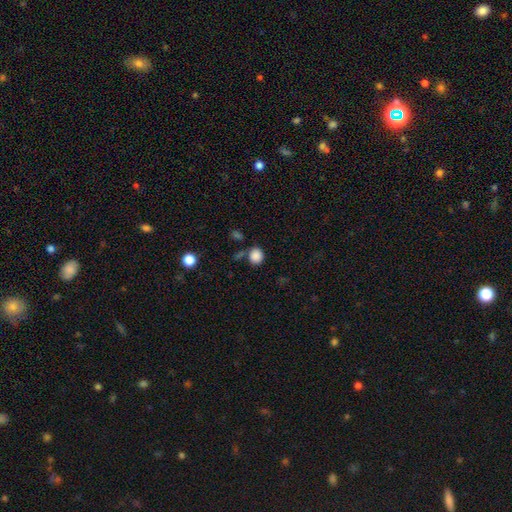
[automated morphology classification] A smooth galaxy with no disk features (86%) that is round (73%).

Vote fractions:
- Smooth or featured? smooth: 86% / star or artifact: 10% / featured or disk: 4%
- How rounded? round: 73% / in between: 26% / cigar-shaped: 1%
- Merging? none: 72% / minor disturbance: 13% / merger: 10% / major disturbance: 4%